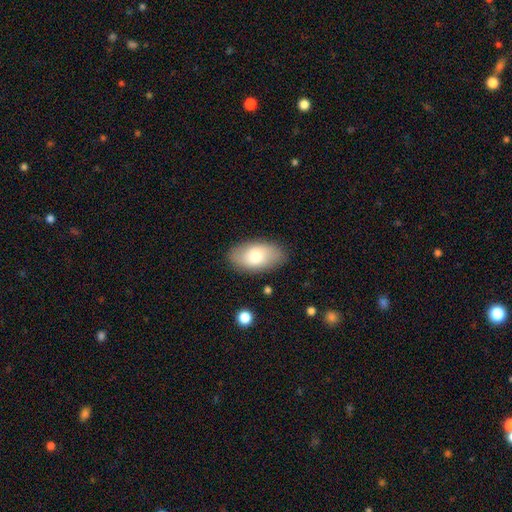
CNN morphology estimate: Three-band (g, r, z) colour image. It shows a smooth galaxy with no disk features (72%) that is in between round and cigar-shaped (94%). Merging: none (84%).